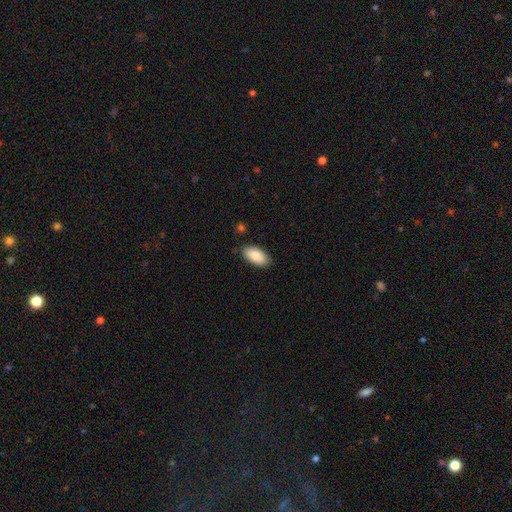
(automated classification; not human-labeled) smooth_or_featured: smooth (p=0.87) [alt: featured or disk p=0.07]
how_rounded: in between (p=0.94) [alt: cigar-shaped p=0.04]
merging: none (p=0.84) [alt: minor disturbance p=0.12]